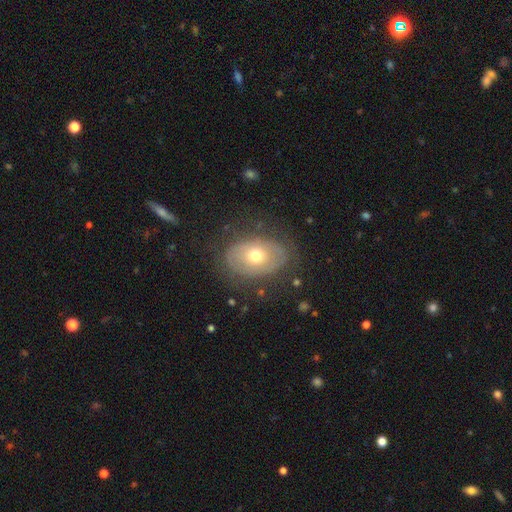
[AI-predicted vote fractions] smooth-or-featured: featured or disk: 50% | smooth: 42% | star or artifact: 8%
  merging: none: 72% | minor disturbance: 18% | major disturbance: 9% | merger: 1%